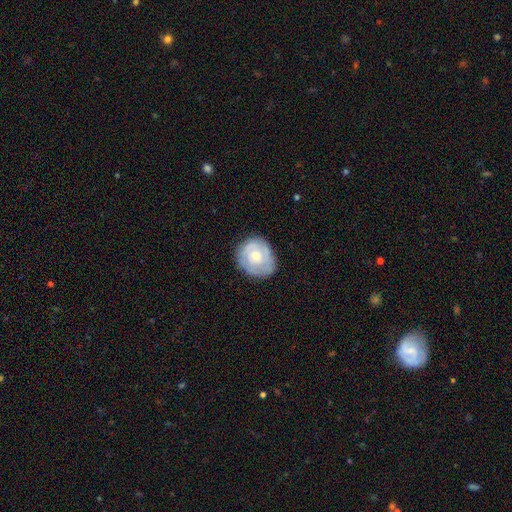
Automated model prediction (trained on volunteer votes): Q: Smooth or featured?
A: featured or disk (61%); runner-up: smooth (33%)
Q: Edge-on disk?
A: no (97%); runner-up: yes (3%)
Q: Bar?
A: no (80%); runner-up: weak (17%)
Q: Spiral arms?
A: yes (76%); runner-up: no (24%)
Q: Bulge size?
A: moderate (51%); runner-up: small (44%)
Q: Merging?
A: none (76%); runner-up: minor disturbance (18%)